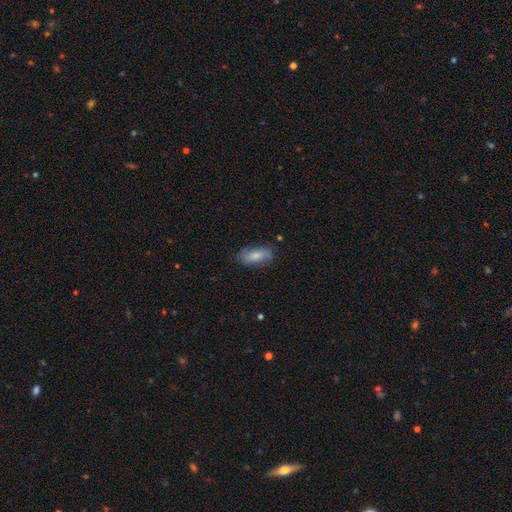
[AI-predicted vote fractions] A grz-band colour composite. It shows a smooth galaxy with no disk features (74%) that is in between round and cigar-shaped (83%). Merging: none (73%).